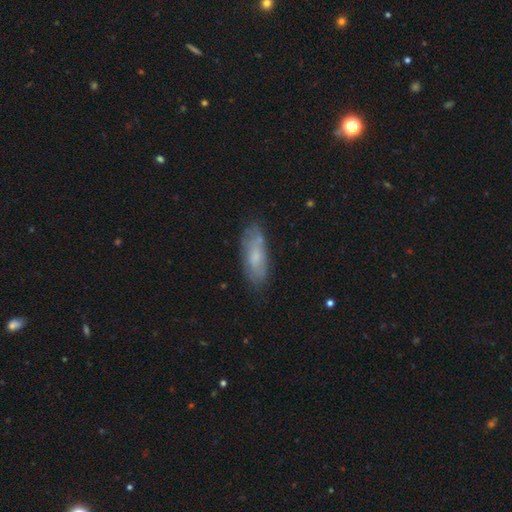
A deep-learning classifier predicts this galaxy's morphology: This is possibly a smooth galaxy (59%). How rounded: likely in between (68%). Merging: likely none (73%).